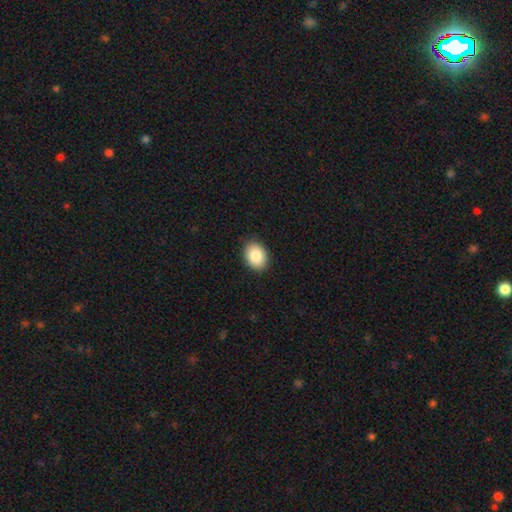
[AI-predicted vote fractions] Q: Smooth or featured?
A: smooth (87%); runner-up: star or artifact (7%)
Q: How rounded?
A: in between (65%); runner-up: round (34%)
Q: Merging?
A: none (90%); runner-up: minor disturbance (7%)